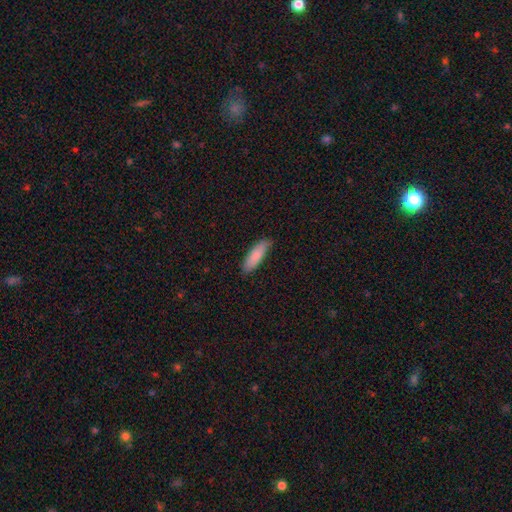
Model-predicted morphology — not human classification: Q: Smooth or featured?
A: smooth (85%); runner-up: featured or disk (9%)
Q: How rounded?
A: cigar-shaped (57%); runner-up: in between (42%)
Q: Merging?
A: none (83%); runner-up: minor disturbance (14%)